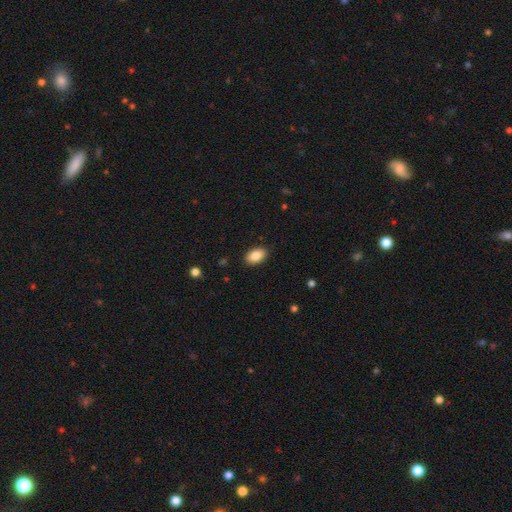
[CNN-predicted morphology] A smooth galaxy with no disk features (86%) that is in between round and cigar-shaped (92%). Merging: none (89%).